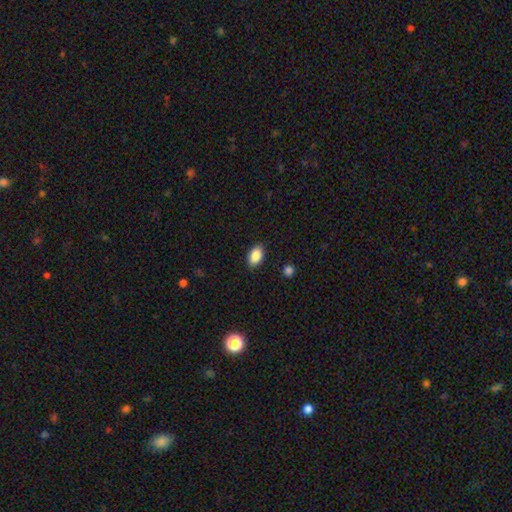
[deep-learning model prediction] The model was most divided on "merging": none: 88%, minor disturbance: 9%, major disturbance: 2%, merger: 1%. More confident: how rounded — in between (89%); smooth or featured — smooth (88%).